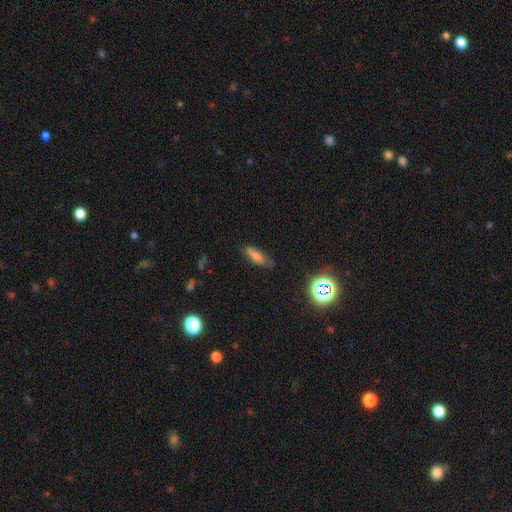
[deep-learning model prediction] Overall: smooth (61%; featured or disk 23%). How rounded: in between (56%; cigar-shaped 40%). Merging: none (66%).